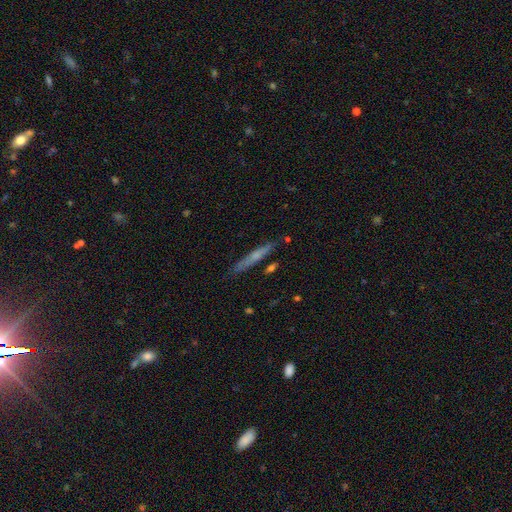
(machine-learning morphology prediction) smooth 49%, featured or disk 44%, star or artifact 7%. Down the decision tree: merging — none (83%).